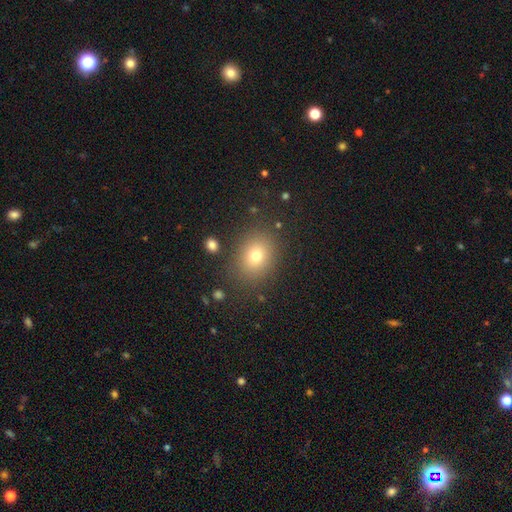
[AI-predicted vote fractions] Overall: smooth (74%). How rounded: in between (52%; round 47%). Merging: none (85%).